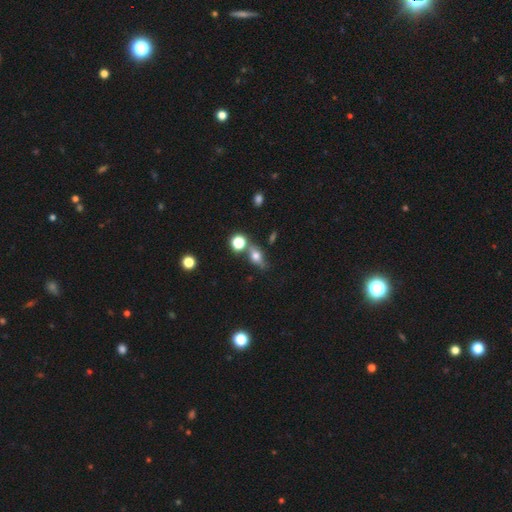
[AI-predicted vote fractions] A smooth galaxy with no disk features (55%) that is in between round and cigar-shaped (58%).

Vote fractions:
- Smooth or featured? smooth: 55% / featured or disk: 30% / star or artifact: 15%
- How rounded? in between: 58% / round: 26% / cigar-shaped: 16%
- Merging? none: 66% / merger: 15% / minor disturbance: 14% / major disturbance: 5%